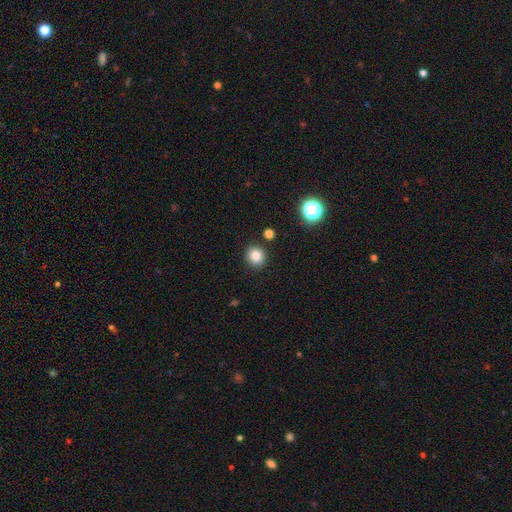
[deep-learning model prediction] smooth 83%, star or artifact 12%, featured or disk 5%. Down the decision tree: how rounded — round (88%); merging — none (89%).